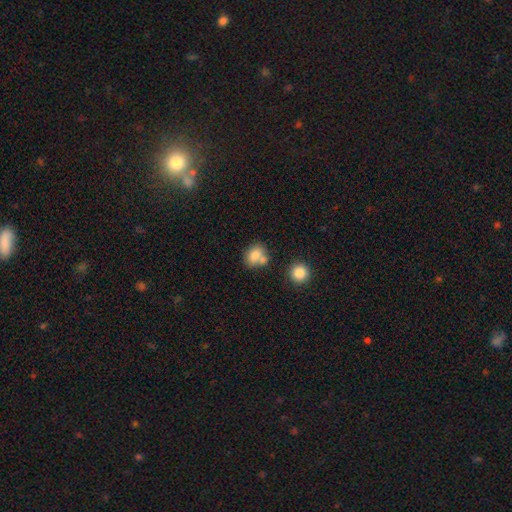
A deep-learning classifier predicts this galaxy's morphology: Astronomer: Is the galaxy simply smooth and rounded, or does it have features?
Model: smooth — 78%.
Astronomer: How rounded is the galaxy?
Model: round — 53% (runner-up: in between, 46%).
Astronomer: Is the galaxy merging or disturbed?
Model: none — 52% (runner-up: merger, 31%).